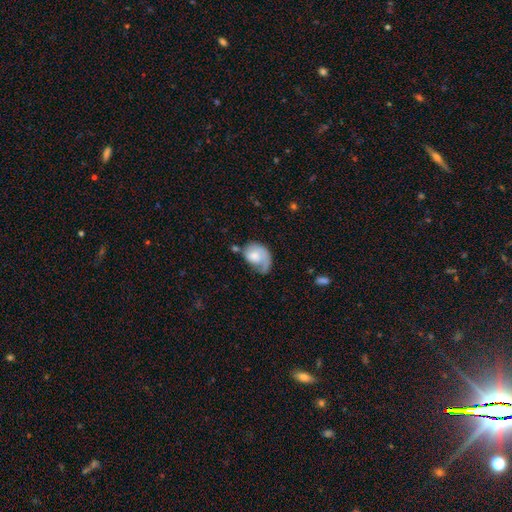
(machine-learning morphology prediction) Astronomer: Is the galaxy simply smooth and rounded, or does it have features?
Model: featured or disk — 49% (runner-up: smooth, 44%).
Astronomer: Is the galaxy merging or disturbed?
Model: major disturbance — 35% (runner-up: none, 32%).